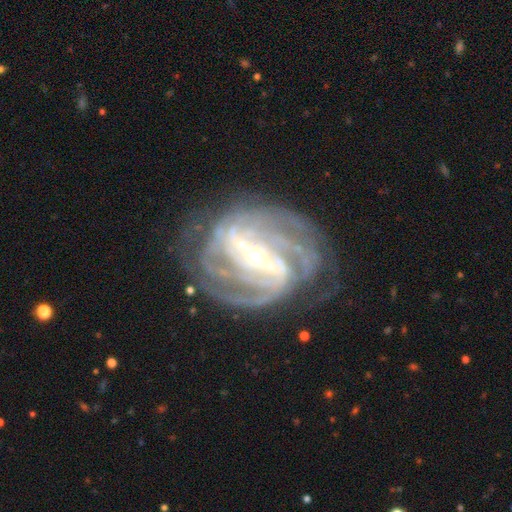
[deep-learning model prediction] The model was most divided on "spiral arm count": 4: 29%, 3: 21%, can't tell: 17%, 2: 17%, more than 4: 10%, 1: 6%. More confident: spiral arms — yes (97%); edge-on disk — no (96%); smooth or featured — featured or disk (91%); bar — strong (74%); bulge size — small (72%); merging — none (71%); spiral winding — tight (57%).